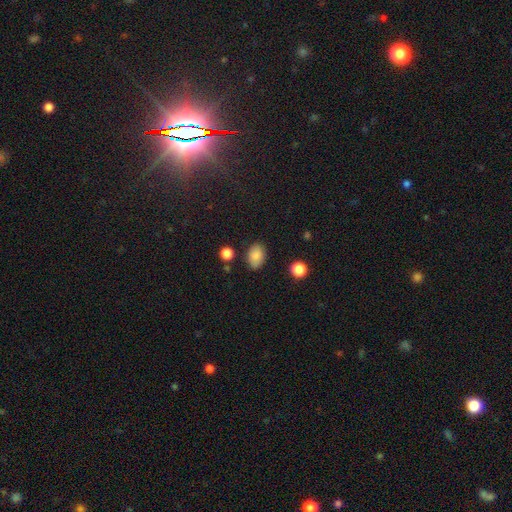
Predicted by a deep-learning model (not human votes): Smooth or featured: smooth — 85% (star or artifact — 9%)
How rounded: in between — 83% (round — 16%)
Merging: none — 81% (minor disturbance — 14%)